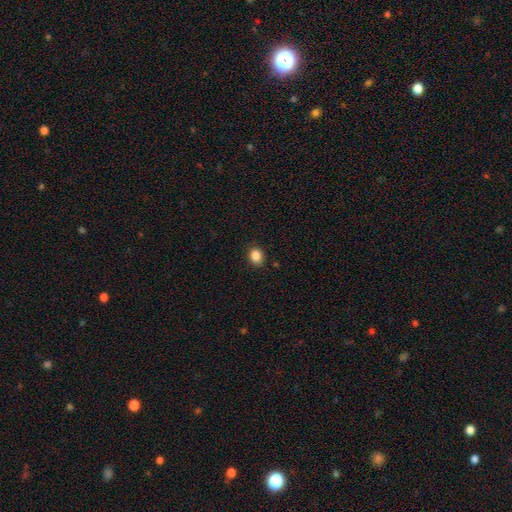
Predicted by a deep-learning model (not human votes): The model was most divided on "how rounded": round: 58%, in between: 41%, cigar-shaped: 1%. More confident: merging — none (89%); smooth or featured — smooth (86%).